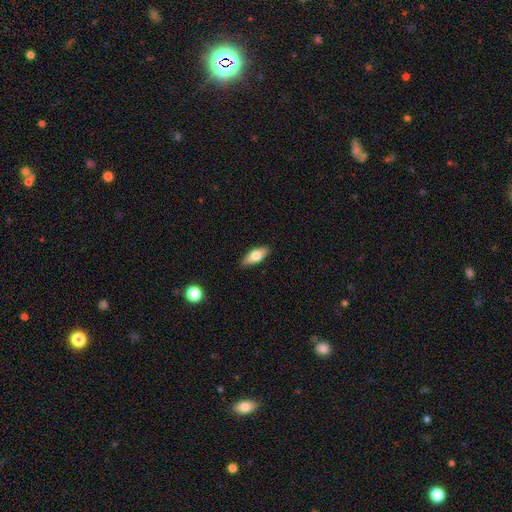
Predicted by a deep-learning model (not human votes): smooth 61%, featured or disk 32%, star or artifact 7%. Down the decision tree: how rounded — in between (74%); merging — none (86%).